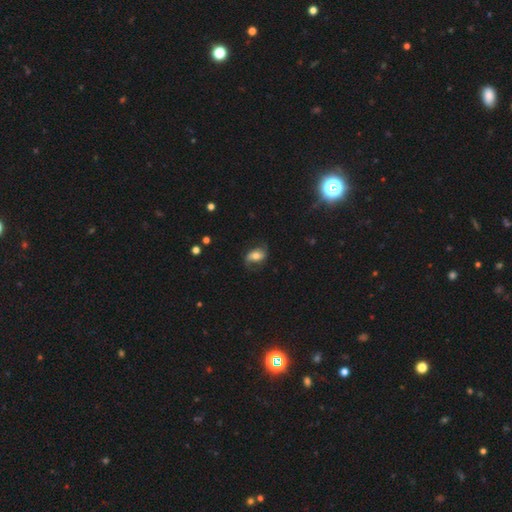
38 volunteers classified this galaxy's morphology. featured or disk 55%, smooth 39%, star or artifact 5%. Down the decision tree: edge-on disk — no (95%); bar — no (50%); spiral arms — yes (70%); spiral arm count — 2 (86%); spiral winding — loose (71%); bulge size — moderate (55%); merging — none (61%).